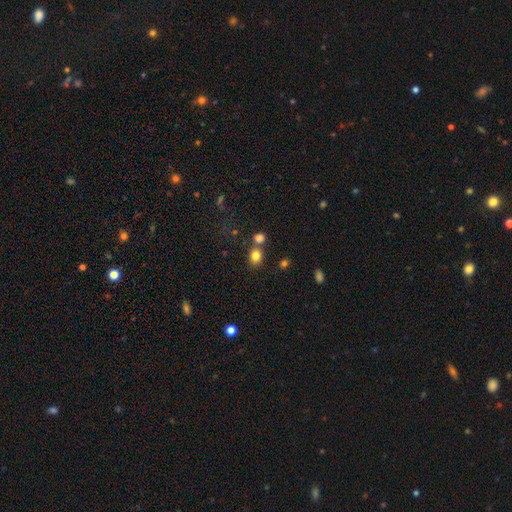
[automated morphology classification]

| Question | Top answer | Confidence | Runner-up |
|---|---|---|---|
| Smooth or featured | smooth | 82% | star or artifact (12%) |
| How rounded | round | 58% | in between (41%) |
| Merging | none | 65% | merger (20%) |